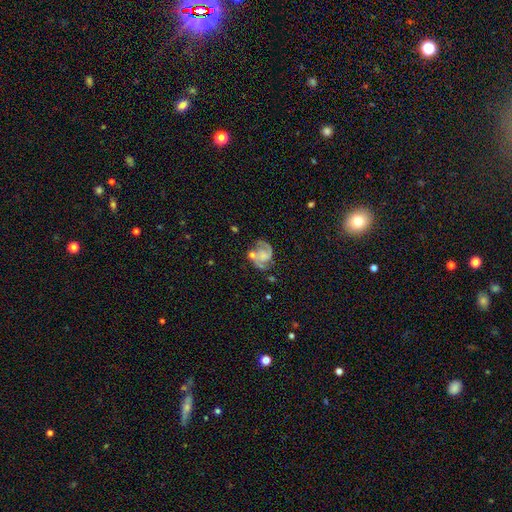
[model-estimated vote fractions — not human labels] Morphology: type=featured or disk (83%); edge-on=no (98%); bar=no (66%); spiral arms=yes (95%); winding=medium (52%); arm count=2 (87%); bulge=small (43%); merging=none (54%).